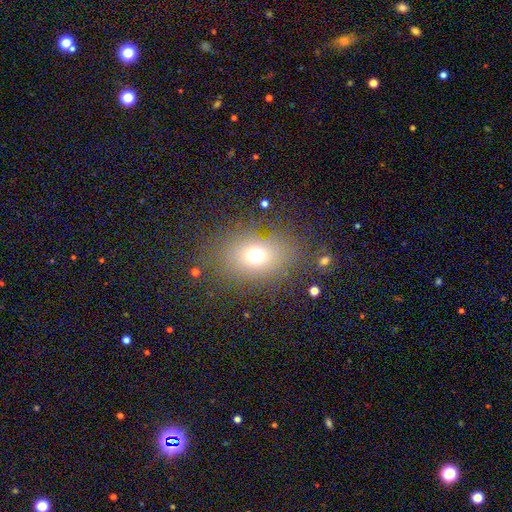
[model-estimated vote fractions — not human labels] This is likely a smooth galaxy (66%). How rounded: possibly in between (53%). Merging: likely none (75%).